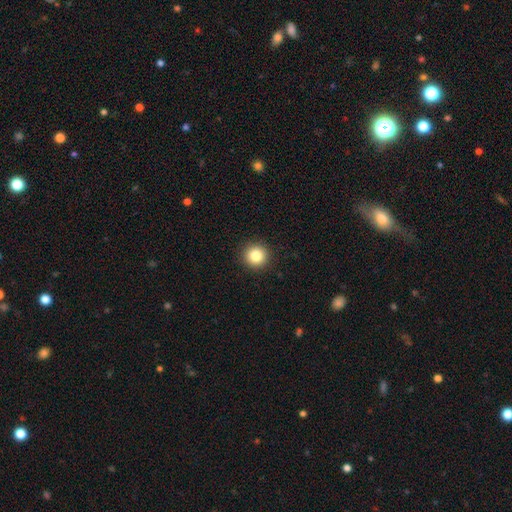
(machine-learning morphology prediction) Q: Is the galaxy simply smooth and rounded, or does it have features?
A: smooth — 84%.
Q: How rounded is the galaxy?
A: round — 95%.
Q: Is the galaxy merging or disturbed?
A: none — 93%.